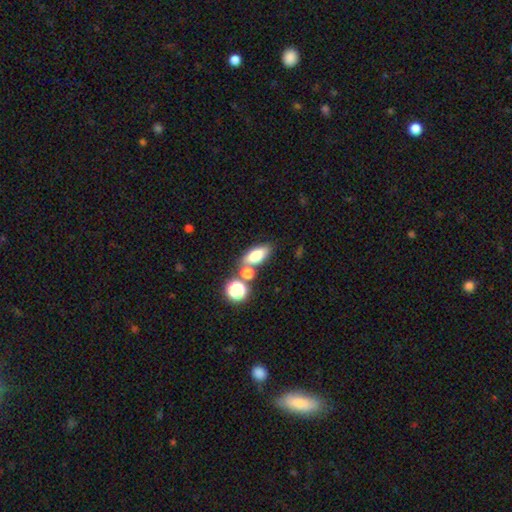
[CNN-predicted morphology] Smooth or featured?
  - smooth: 75% *
  - featured or disk: 14%
  - star or artifact: 12%
How rounded?
  - in between: 74% *
  - cigar-shaped: 13%
  - round: 13%
Merging?
  - none: 62% *
  - merger: 21%
  - minor disturbance: 12%
  - major disturbance: 5%